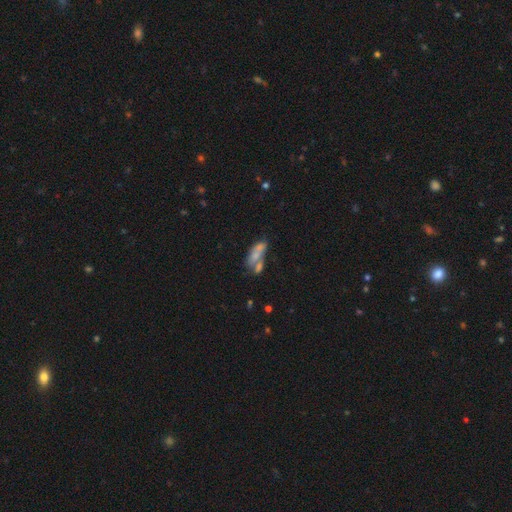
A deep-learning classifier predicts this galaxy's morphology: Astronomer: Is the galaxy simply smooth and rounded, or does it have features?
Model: smooth — 63%.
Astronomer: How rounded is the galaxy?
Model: in between — 72%.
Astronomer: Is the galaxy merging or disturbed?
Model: merger — 51% (runner-up: none, 27%).